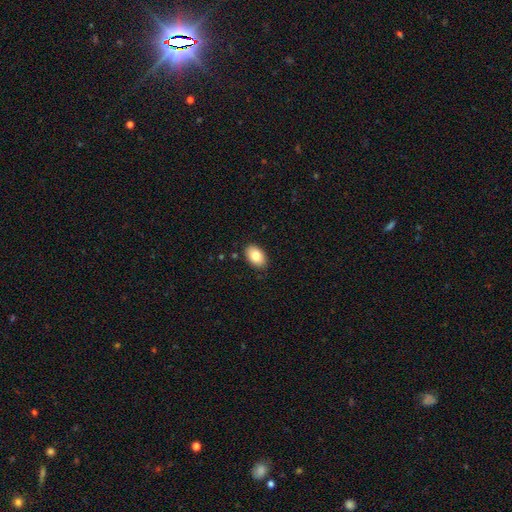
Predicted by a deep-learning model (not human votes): smooth 81%, featured or disk 11%, star or artifact 8%. Down the decision tree: how rounded — in between (88%); merging — none (87%).